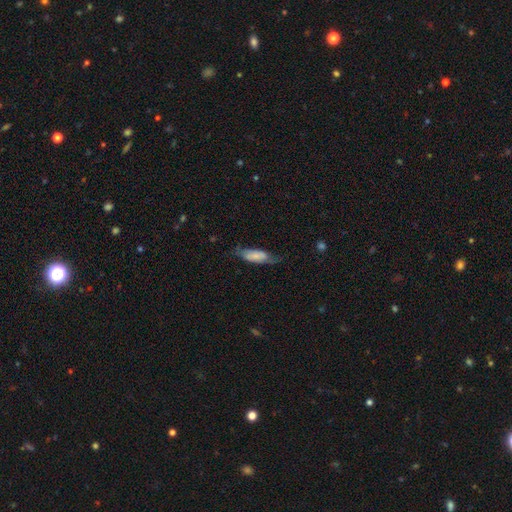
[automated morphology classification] This appears to be a smooth galaxy with no disk features (64%) that is in between round and cigar-shaped (67%). Merging: none (52%).